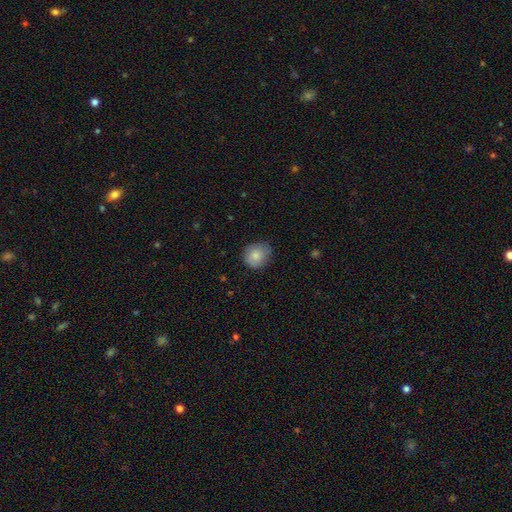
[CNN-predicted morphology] A smooth galaxy with no disk features (83%) that is round (80%). Merging: none (74%).